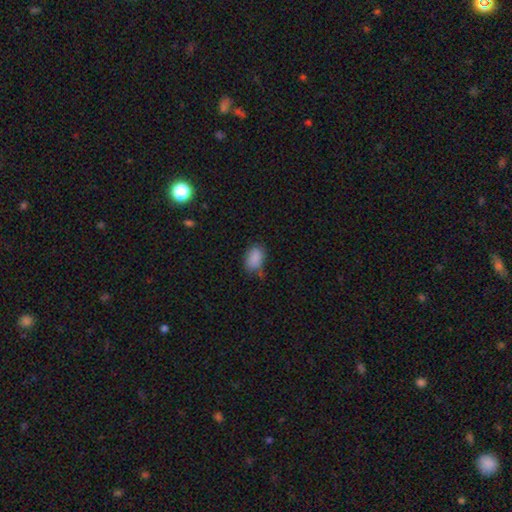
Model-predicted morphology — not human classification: The model was most divided on "merging": none: 61%, minor disturbance: 29%, major disturbance: 7%, merger: 4%. More confident: smooth or featured — smooth (86%); how rounded — in between (84%).